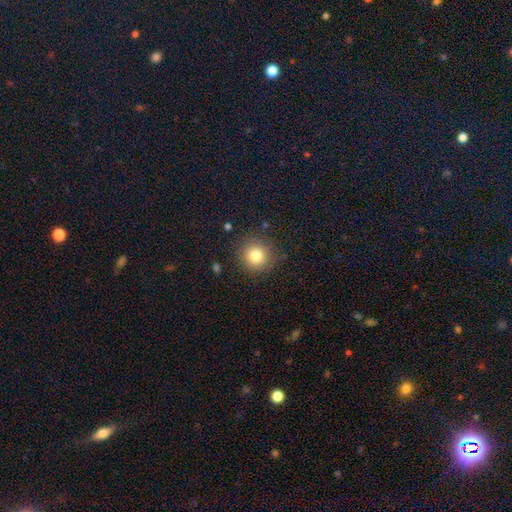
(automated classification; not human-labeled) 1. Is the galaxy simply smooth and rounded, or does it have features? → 81% smooth, 12% star or artifact, 8% featured or disk.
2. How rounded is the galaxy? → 93% round, 6% in between, 1% cigar-shaped.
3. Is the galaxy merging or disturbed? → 88% none, 8% minor disturbance, 3% major disturbance, 1% merger.